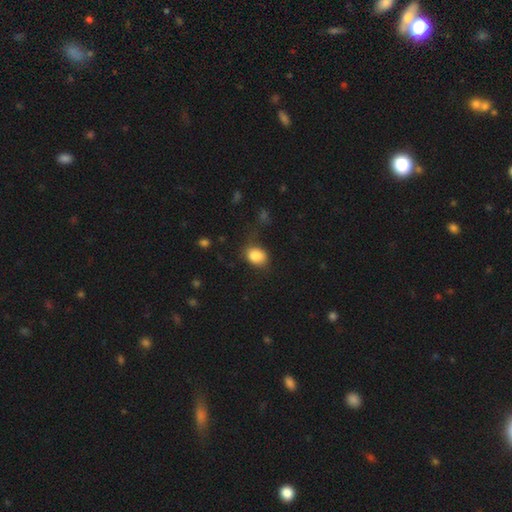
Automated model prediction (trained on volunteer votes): smooth-or-featured: smooth: 84% | star or artifact: 9% | featured or disk: 7%
  how-rounded: in between: 63% | round: 36% | cigar-shaped: 1%
  merging: none: 55% | minor disturbance: 27% | major disturbance: 13% | merger: 5%